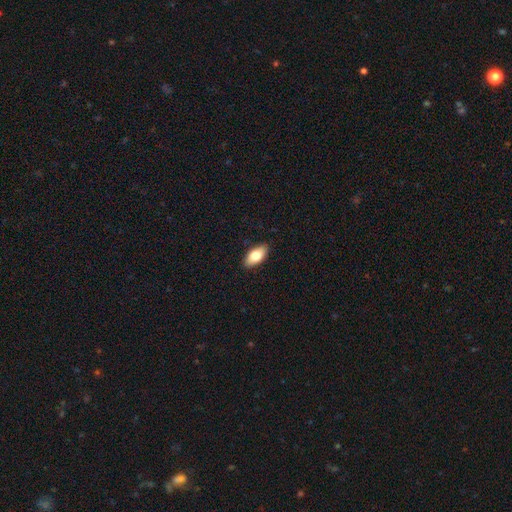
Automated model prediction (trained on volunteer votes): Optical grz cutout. It shows a smooth galaxy with no disk features (79%) that is in between round and cigar-shaped (91%). Merging: none (89%).